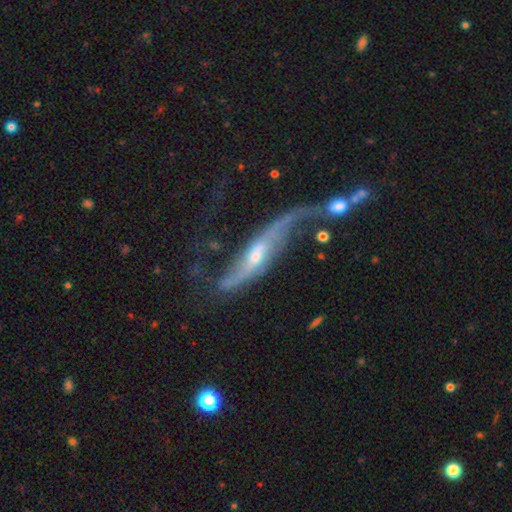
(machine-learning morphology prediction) The model was most divided on "bar": no: 43%, weak: 35%, strong: 22%. Remaining: spiral arms — yes (82%); smooth or featured — featured or disk (77%); edge-on disk — no (72%); bulge size — small (51%); merging — major disturbance (35%).